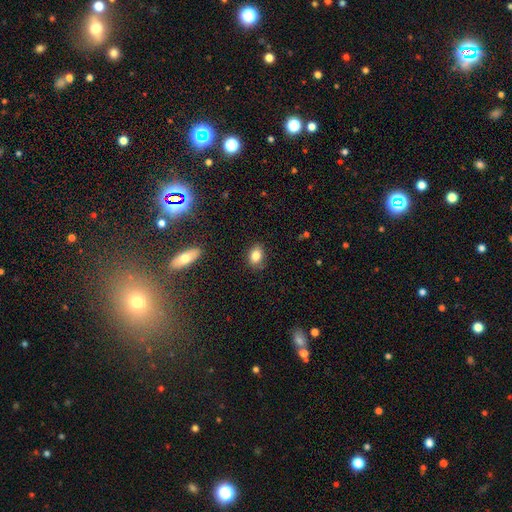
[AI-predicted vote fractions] A smooth galaxy with no disk features (82%) that is in between round and cigar-shaped (75%). Merging: none (83%).